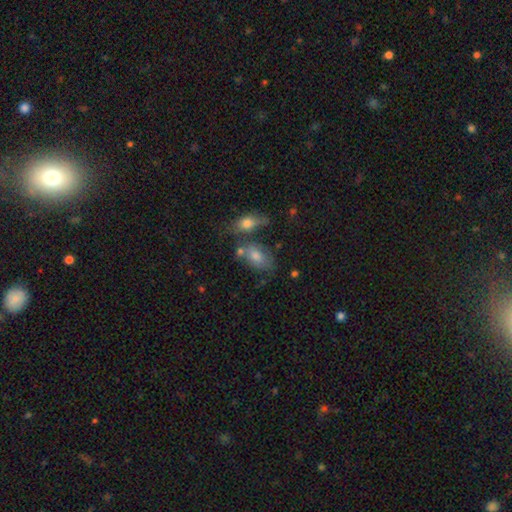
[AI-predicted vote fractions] smooth_or_featured: smooth (p=0.76) [alt: featured or disk p=0.16]
how_rounded: in between (p=0.87) [alt: round p=0.10]
merging: none (p=0.45) [alt: merger p=0.27]